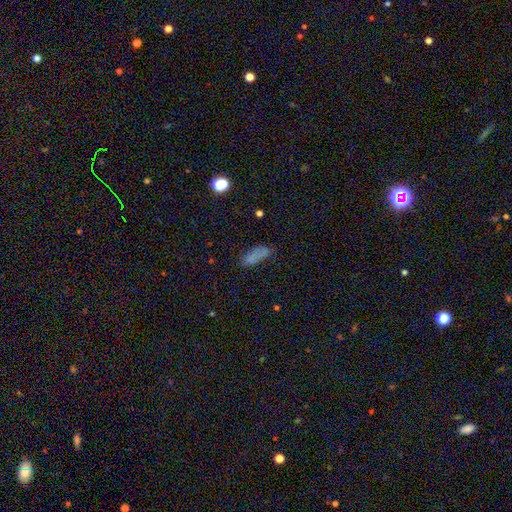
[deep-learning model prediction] smooth-or-featured: smooth: 65% | star or artifact: 18% | featured or disk: 16%
  how-rounded: in between: 64% | cigar-shaped: 31% | round: 5%
  merging: none: 62% | minor disturbance: 21% | major disturbance: 10% | merger: 7%